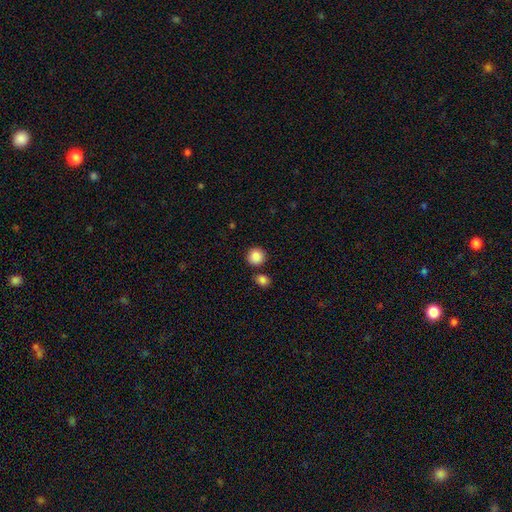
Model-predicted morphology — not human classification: A smooth galaxy with no disk features (88%) that is round (91%).

Vote fractions:
- Smooth or featured? smooth: 88% / star or artifact: 9% / featured or disk: 4%
- How rounded? round: 91% / in between: 8% / cigar-shaped: 1%
- Merging? none: 81% / minor disturbance: 8% / merger: 8% / major disturbance: 3%